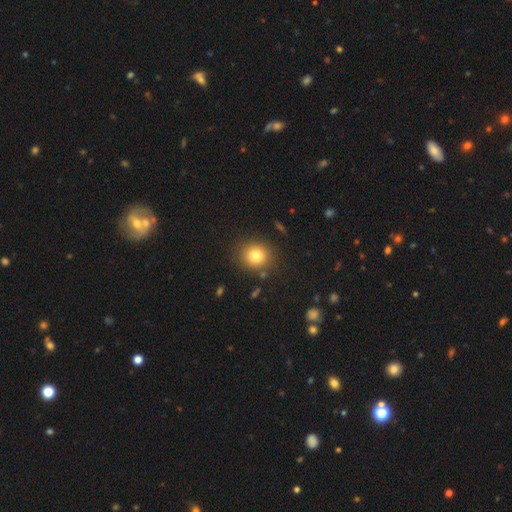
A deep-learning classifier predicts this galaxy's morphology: Smooth or featured?
  - smooth: 79% *
  - star or artifact: 12%
  - featured or disk: 9%
How rounded?
  - round: 85% *
  - in between: 14%
  - cigar-shaped: 1%
Merging?
  - none: 86% *
  - minor disturbance: 8%
  - major disturbance: 3%
  - merger: 3%